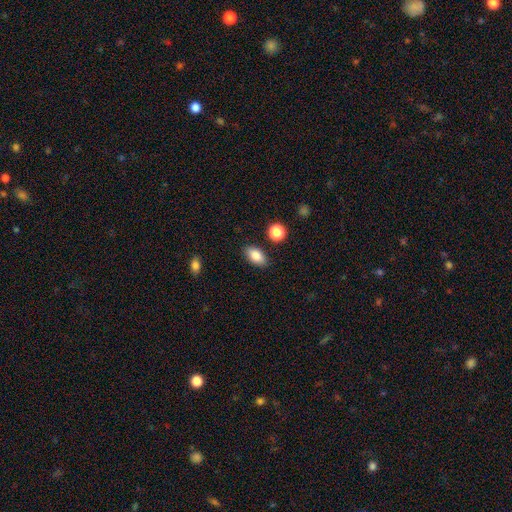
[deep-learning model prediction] Smooth or featured? Predicted: smooth (p=0.83). How rounded? Predicted: in between (p=0.90). Merging? Predicted: none (p=0.86).